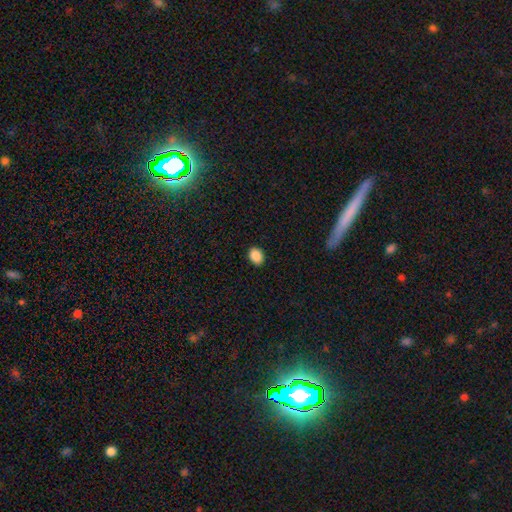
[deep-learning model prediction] A smooth galaxy with no disk features (89%) that is in between round and cigar-shaped (69%).

Vote fractions:
- Smooth or featured? smooth: 89% / star or artifact: 8% / featured or disk: 3%
- How rounded? in between: 69% / round: 30% / cigar-shaped: 1%
- Merging? none: 90% / minor disturbance: 7% / major disturbance: 2% / merger: 1%